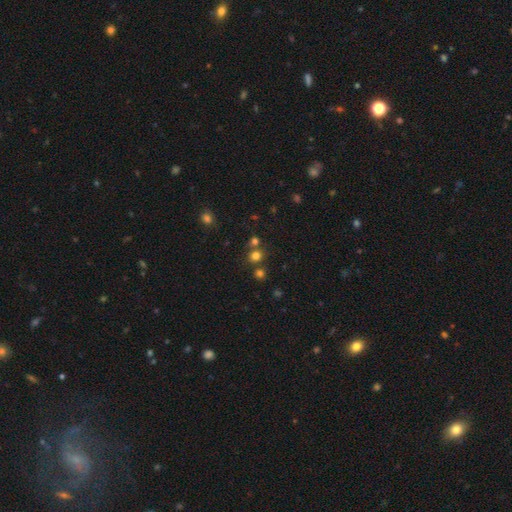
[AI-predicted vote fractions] Smooth or featured?
  - smooth: 72% *
  - star or artifact: 22%
  - featured or disk: 7%
How rounded?
  - round: 88% *
  - in between: 11%
  - cigar-shaped: 1%
Merging?
  - none: 68% *
  - merger: 22%
  - minor disturbance: 7%
  - major disturbance: 3%